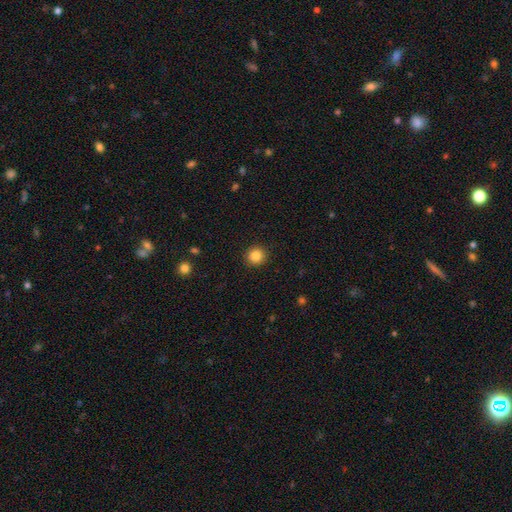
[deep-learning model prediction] Q: Smooth or featured?
A: smooth (85%); runner-up: star or artifact (11%)
Q: How rounded?
A: round (93%); runner-up: in between (6%)
Q: Merging?
A: none (92%); runner-up: minor disturbance (5%)